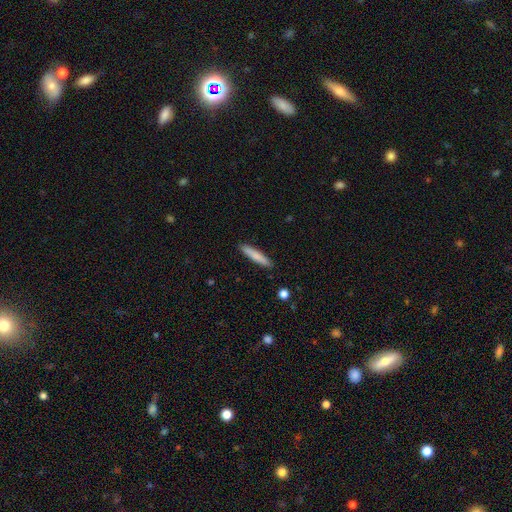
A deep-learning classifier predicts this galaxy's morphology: smooth_or_featured: smooth (p=0.79) [alt: featured or disk p=0.16]
how_rounded: cigar-shaped (p=0.92) [alt: in between p=0.07]
merging: none (p=0.90) [alt: minor disturbance p=0.07]